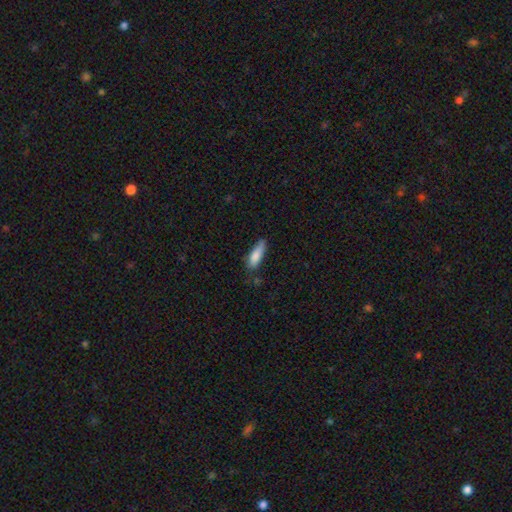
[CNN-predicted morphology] Q: Smooth or featured?
A: smooth (83%); runner-up: featured or disk (11%)
Q: How rounded?
A: cigar-shaped (52%); runner-up: in between (47%)
Q: Merging?
A: none (60%); runner-up: minor disturbance (30%)